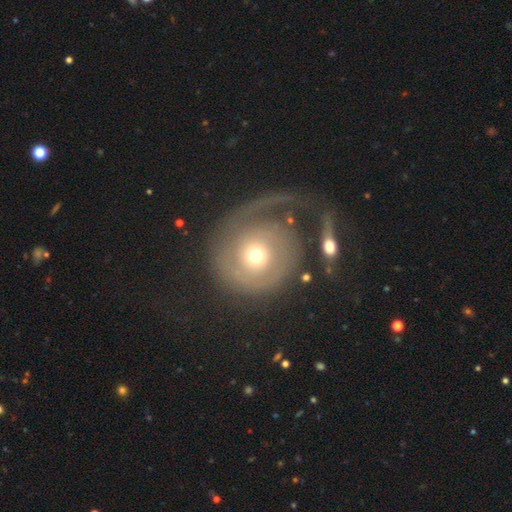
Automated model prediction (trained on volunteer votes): This is likely a featured or disk galaxy (67%). It is clearly not viewed edge-on (97%). Bar: clearly no (81%). Spiral arm pattern: likely yes (75%). Central bulge: possibly moderate (57%). Merging: marginally major disturbance (39%).